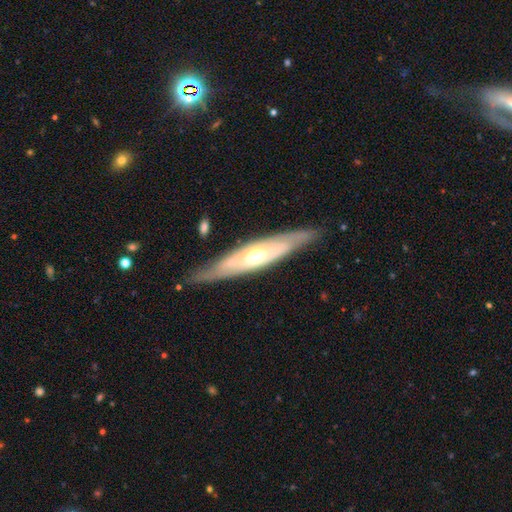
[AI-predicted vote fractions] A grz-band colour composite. It shows a featured or disk galaxy (70%) viewed edge-on (56%). Merging: none (81%).